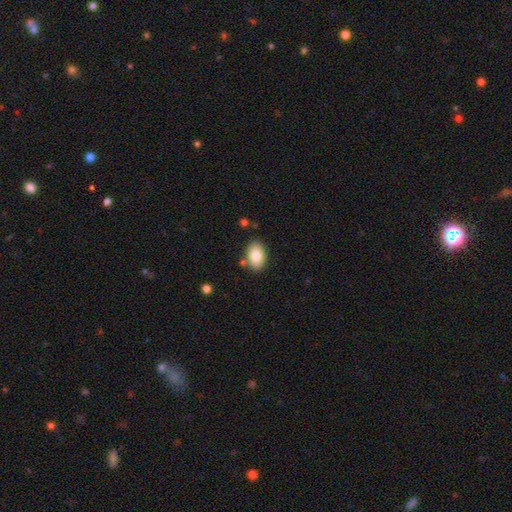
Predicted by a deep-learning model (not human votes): This is clearly a smooth galaxy (82%). How rounded: clearly in between (87%). Merging: clearly none (83%).